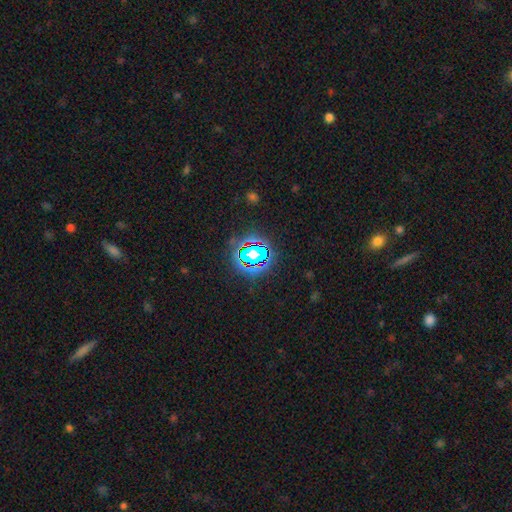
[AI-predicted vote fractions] This appears to be a star or artifact, not a galaxy (66%).